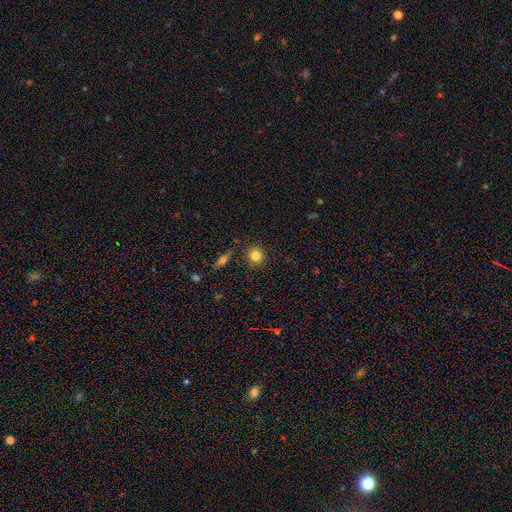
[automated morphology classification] This appears to be a smooth galaxy with no disk features (81%) that is round (83%). Merging: none (85%).